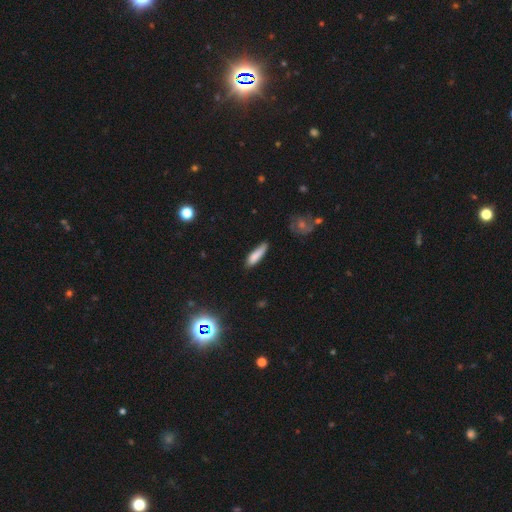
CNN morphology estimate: A smooth galaxy with no disk features (81%) that is cigar-shaped (68%).

Vote fractions:
- Smooth or featured? smooth: 81% / featured or disk: 11% / star or artifact: 8%
- How rounded? cigar-shaped: 68% / in between: 30% / round: 2%
- Merging? none: 67% / minor disturbance: 25% / major disturbance: 5% / merger: 3%